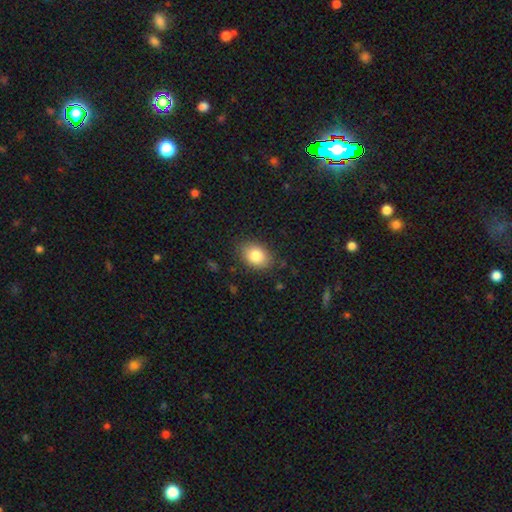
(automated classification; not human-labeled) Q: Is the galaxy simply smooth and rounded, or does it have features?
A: smooth — 83%.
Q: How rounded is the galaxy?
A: in between — 76%.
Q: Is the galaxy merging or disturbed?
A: none — 84%.